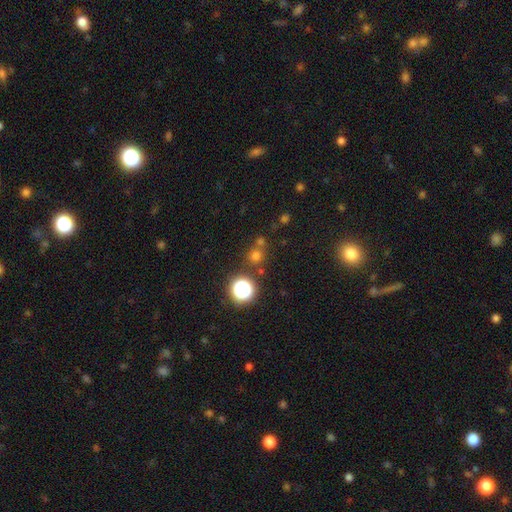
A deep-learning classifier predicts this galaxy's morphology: smooth 66%, star or artifact 27%, featured or disk 7%. Down the decision tree: how rounded — round (92%); merging — none (70%).